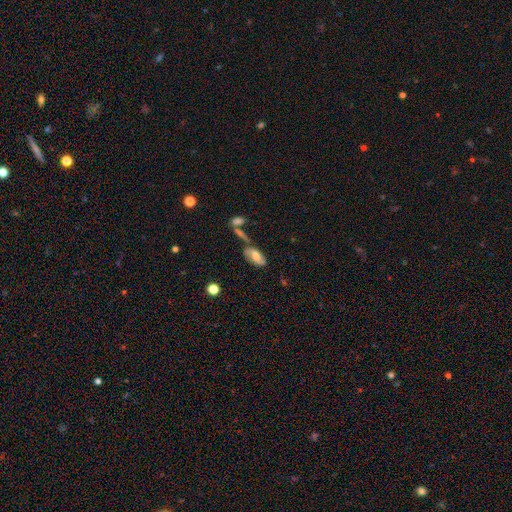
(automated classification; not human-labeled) smooth_or_featured: smooth (p=0.49) [alt: featured or disk p=0.42]
merging: none (p=0.47) [alt: minor disturbance p=0.22]